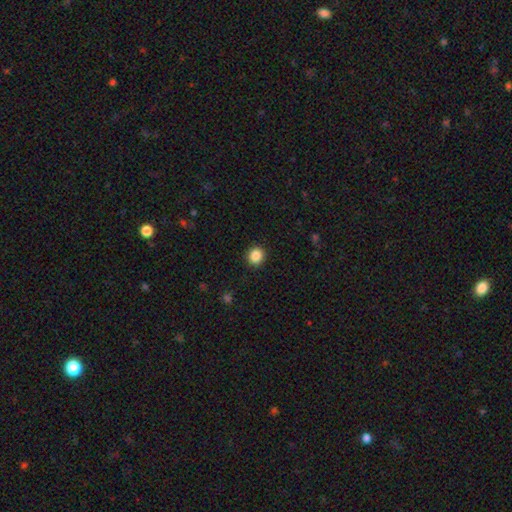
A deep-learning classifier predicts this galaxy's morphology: smooth-or-featured: smooth: 87% | star or artifact: 10% | featured or disk: 4%
  how-rounded: round: 89% | in between: 10% | cigar-shaped: 1%
  merging: none: 92% | minor disturbance: 5% | major disturbance: 2% | merger: 1%